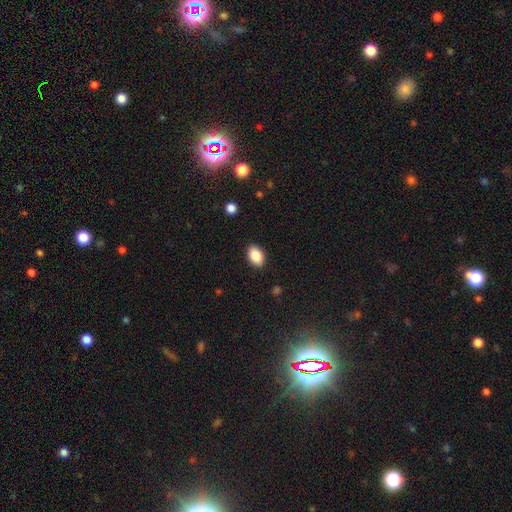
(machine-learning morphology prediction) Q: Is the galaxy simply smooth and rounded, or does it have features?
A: smooth — 88%.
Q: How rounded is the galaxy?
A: in between — 86%.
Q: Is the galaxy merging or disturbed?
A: none — 89%.